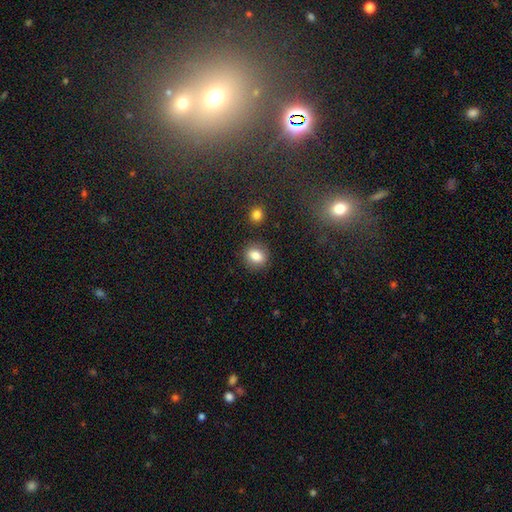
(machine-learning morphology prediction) Smooth or featured?
  - smooth: 82% *
  - star or artifact: 10%
  - featured or disk: 8%
How rounded?
  - round: 53% *
  - in between: 45%
  - cigar-shaped: 2%
Merging?
  - none: 86% *
  - minor disturbance: 9%
  - merger: 3%
  - major disturbance: 3%